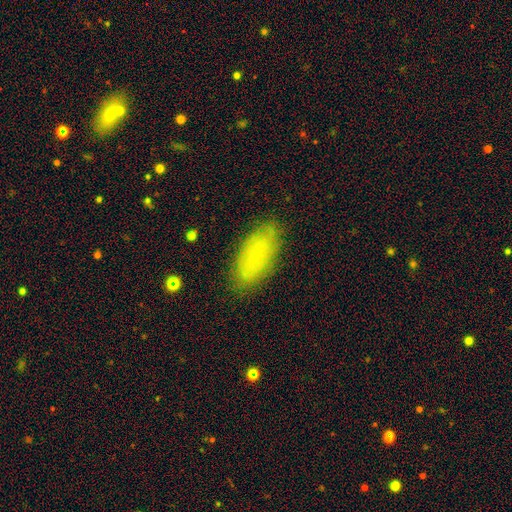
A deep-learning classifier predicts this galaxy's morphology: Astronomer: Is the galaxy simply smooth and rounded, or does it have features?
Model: smooth — 67%.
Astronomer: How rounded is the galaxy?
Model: in between — 87%.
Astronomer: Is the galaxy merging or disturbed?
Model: none — 84%.